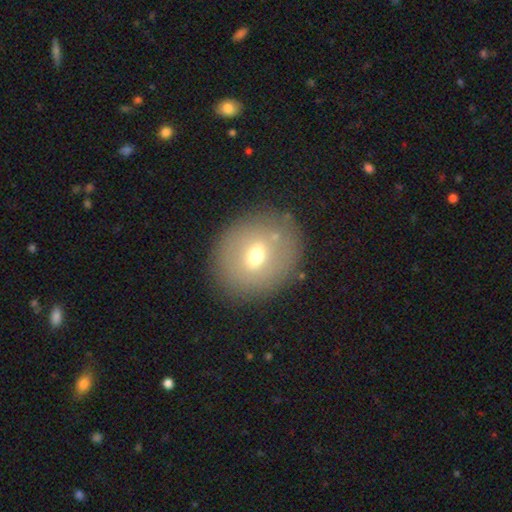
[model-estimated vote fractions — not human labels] Morphology: type=smooth (55%); roundness=round (72%); merging=none (83%).